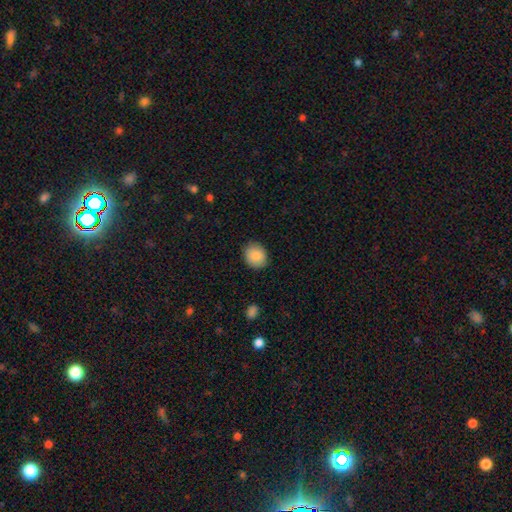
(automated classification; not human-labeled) Smooth or featured: smooth — 86% (star or artifact — 8%)
How rounded: round — 65% (in between — 34%)
Merging: none — 87% (minor disturbance — 9%)